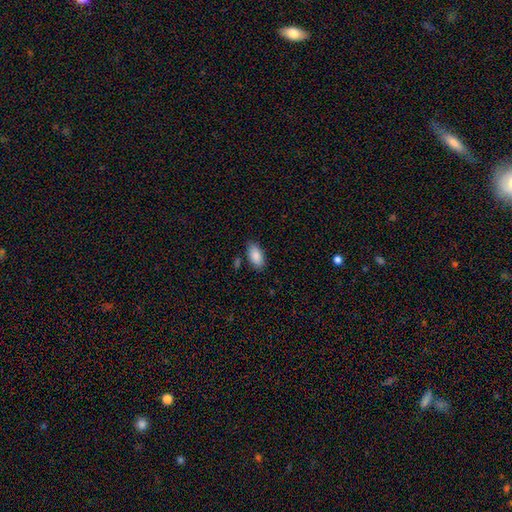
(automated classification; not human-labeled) A smooth galaxy with no disk features (88%) that is in between round and cigar-shaped (93%). Merging: none (82%).